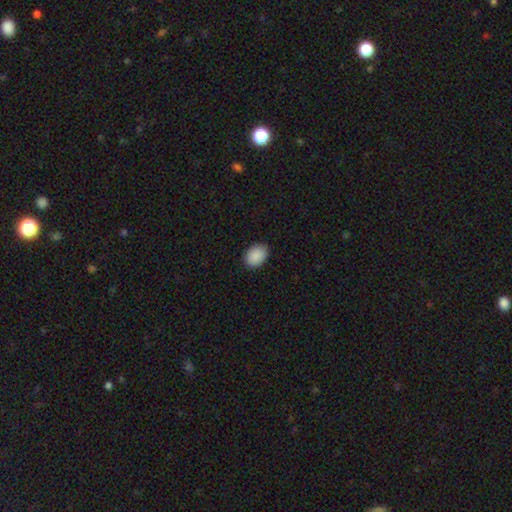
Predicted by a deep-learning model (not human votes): Morphology: type=smooth (90%); roundness=in between (72%); merging=none (88%).